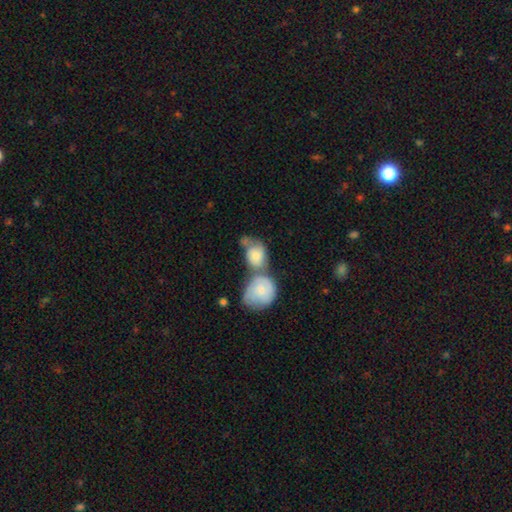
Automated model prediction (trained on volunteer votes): Smooth or featured? Predicted: smooth (p=0.68). How rounded? Predicted: in between (p=0.58). Merging? Predicted: merger (p=0.59).